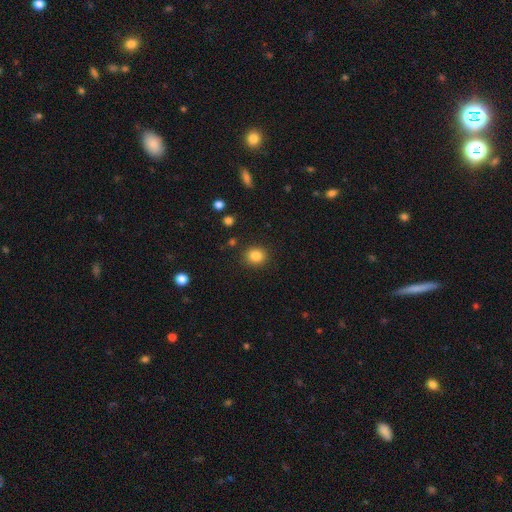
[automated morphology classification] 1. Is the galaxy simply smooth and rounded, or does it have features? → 85% smooth, 11% star or artifact, 5% featured or disk.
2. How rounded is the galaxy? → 77% round, 22% in between, 1% cigar-shaped.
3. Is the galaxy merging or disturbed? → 89% none, 7% minor disturbance, 3% major disturbance, 2% merger.